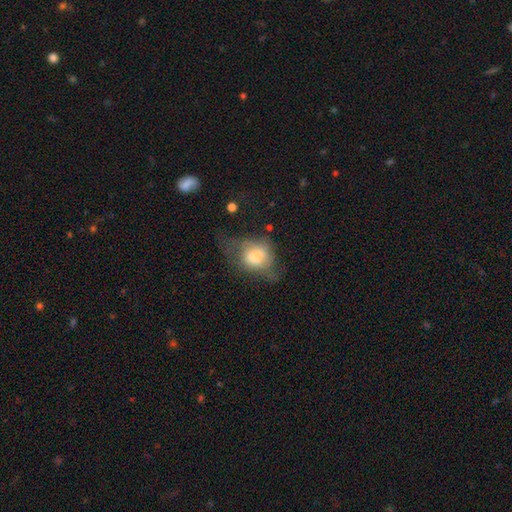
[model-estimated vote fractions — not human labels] Q: Smooth or featured?
A: smooth (62%); runner-up: featured or disk (28%)
Q: How rounded?
A: round (52%); runner-up: in between (46%)
Q: Merging?
A: none (35%); runner-up: major disturbance (32%)